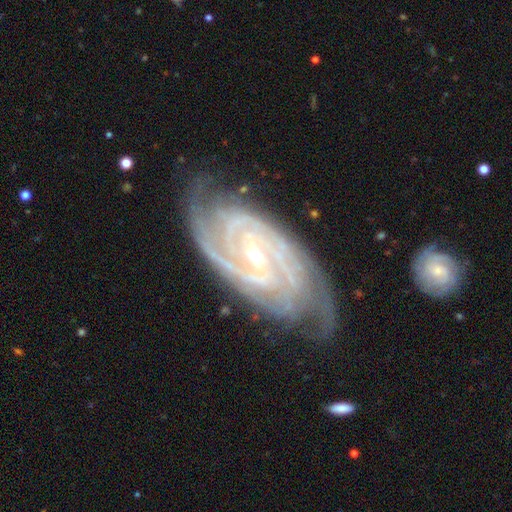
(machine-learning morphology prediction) Smooth or featured? featured or disk (93%)
Edge-on disk? no (96%)
Bar? weak (41%)
Spiral arms? yes (99%)
Spiral winding? tight (74%)
Spiral arm count? 2 (25%)
Bulge size? small (69%)
Merging? none (73%)